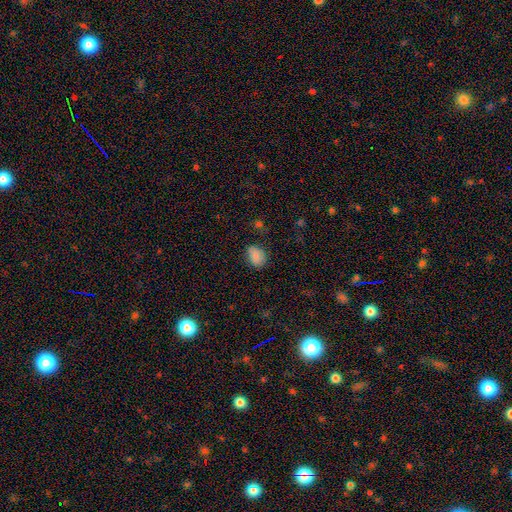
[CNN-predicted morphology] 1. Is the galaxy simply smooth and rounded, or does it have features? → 84% smooth, 10% star or artifact, 6% featured or disk.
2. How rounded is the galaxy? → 72% in between, 27% round, 1% cigar-shaped.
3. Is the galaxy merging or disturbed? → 75% none, 19% minor disturbance, 4% major disturbance, 2% merger.